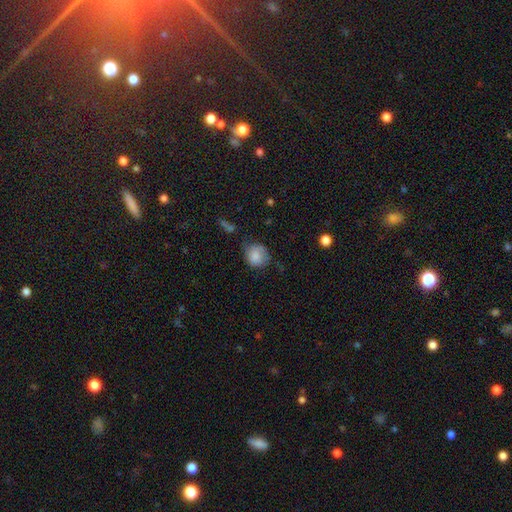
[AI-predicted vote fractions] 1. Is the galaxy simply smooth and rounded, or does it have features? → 77% smooth, 15% featured or disk, 8% star or artifact.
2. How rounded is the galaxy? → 73% round, 26% in between, 1% cigar-shaped.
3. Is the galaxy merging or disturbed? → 51% none, 33% minor disturbance, 12% major disturbance, 3% merger.